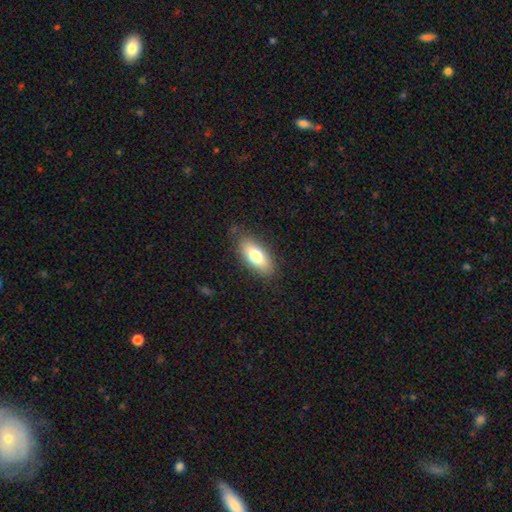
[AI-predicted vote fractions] smooth 75%, featured or disk 17%, star or artifact 7%. Down the decision tree: how rounded — in between (84%); merging — none (83%).